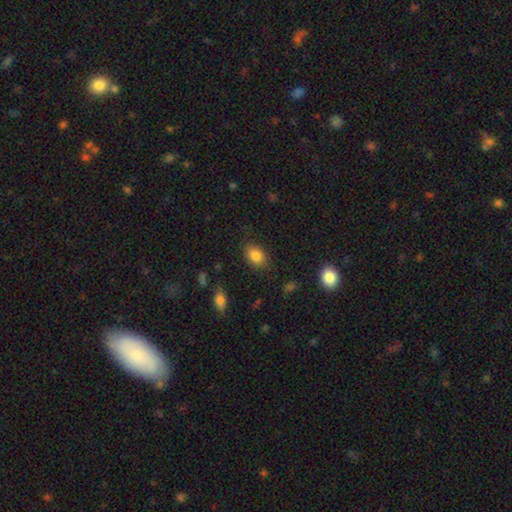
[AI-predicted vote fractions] A smooth galaxy with no disk features (84%) that is in between round and cigar-shaped (76%). Merging: none (81%).